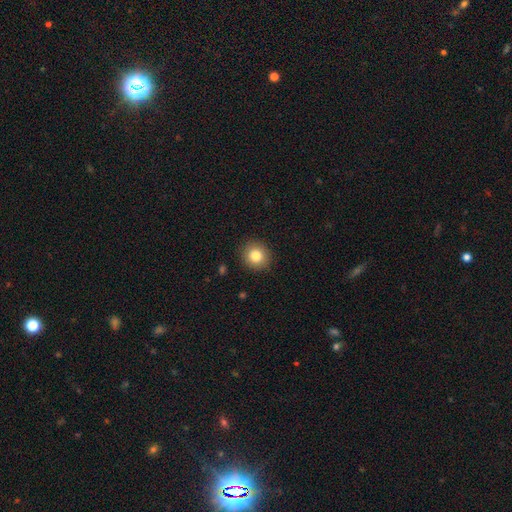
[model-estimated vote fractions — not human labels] Smooth or featured?
  - smooth: 82% *
  - star or artifact: 10%
  - featured or disk: 8%
How rounded?
  - round: 89% *
  - in between: 10%
  - cigar-shaped: 1%
Merging?
  - none: 90% *
  - minor disturbance: 7%
  - major disturbance: 2%
  - merger: 1%